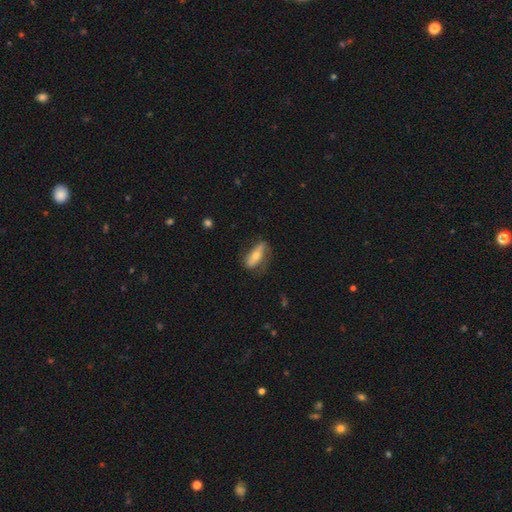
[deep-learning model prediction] Q: Smooth or featured?
A: featured or disk (47%); runner-up: smooth (46%)
Q: Merging?
A: none (59%); runner-up: minor disturbance (25%)